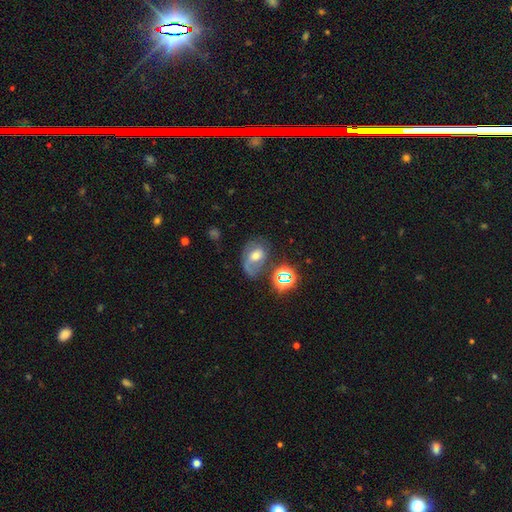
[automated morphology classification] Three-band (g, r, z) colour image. It shows a smooth galaxy with no disk features (42%). Merging: none (38%).